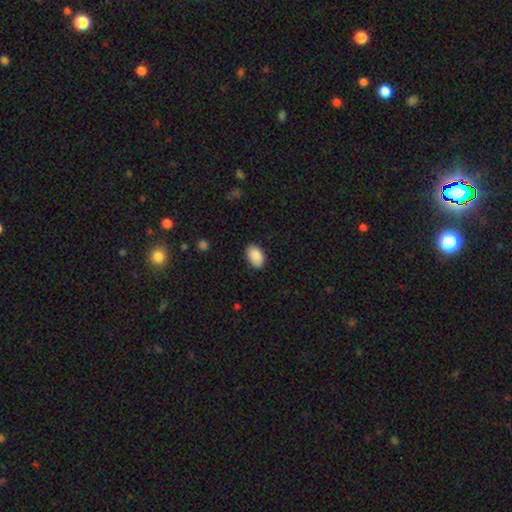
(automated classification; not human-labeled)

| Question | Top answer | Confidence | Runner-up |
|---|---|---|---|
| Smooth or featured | smooth | 90% | star or artifact (6%) |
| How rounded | in between | 90% | round (9%) |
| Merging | none | 85% | minor disturbance (11%) |